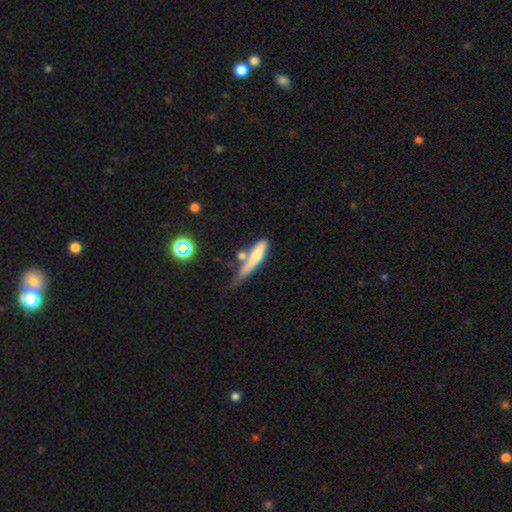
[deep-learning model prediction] Smooth or featured?
  - smooth: 61% *
  - featured or disk: 30%
  - star or artifact: 9%
How rounded?
  - cigar-shaped: 77% *
  - in between: 19%
  - round: 4%
Merging?
  - none: 35% *
  - merger: 27%
  - minor disturbance: 24%
  - major disturbance: 14%